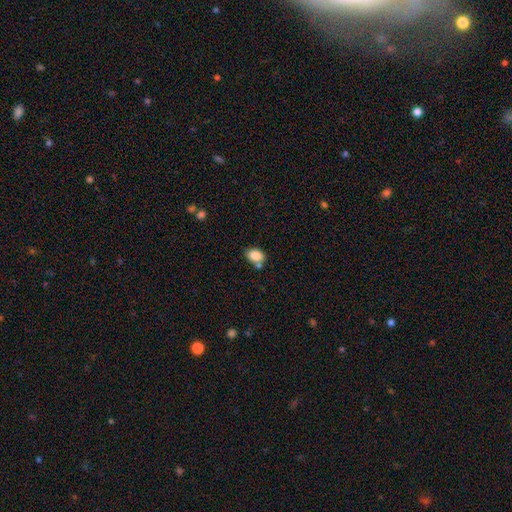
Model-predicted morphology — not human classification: The model was most divided on "merging": none: 61%, merger: 19%, minor disturbance: 16%, major disturbance: 4%. More confident: smooth or featured — smooth (85%); how rounded — in between (78%).